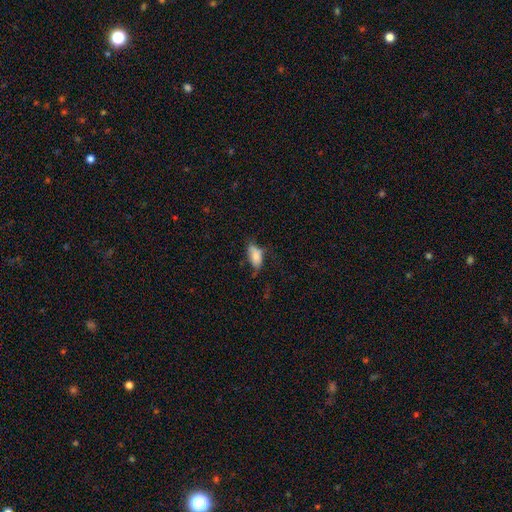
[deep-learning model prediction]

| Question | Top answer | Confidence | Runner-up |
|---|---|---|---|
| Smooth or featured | smooth | 75% | featured or disk (16%) |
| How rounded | in between | 86% | cigar-shaped (11%) |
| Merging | none | 42% | minor disturbance (34%) |